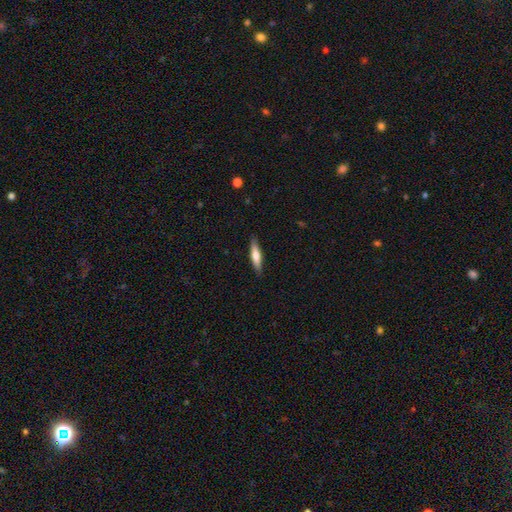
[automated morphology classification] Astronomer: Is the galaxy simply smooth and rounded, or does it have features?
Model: smooth — 63%.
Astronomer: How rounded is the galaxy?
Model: cigar-shaped — 78%.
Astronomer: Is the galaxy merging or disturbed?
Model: none — 88%.